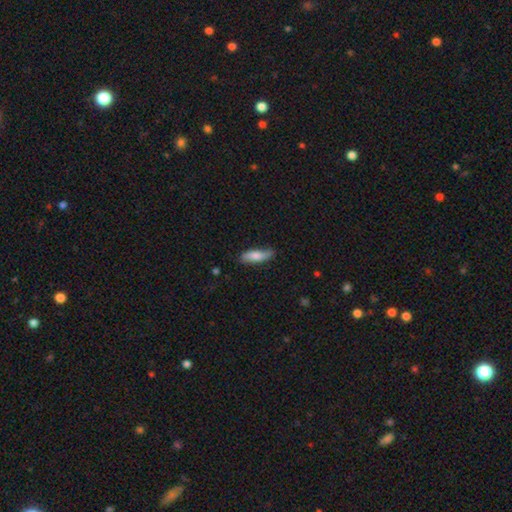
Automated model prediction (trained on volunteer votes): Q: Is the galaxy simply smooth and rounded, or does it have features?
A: smooth — 75%.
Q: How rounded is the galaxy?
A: cigar-shaped — 49%, tied with in between.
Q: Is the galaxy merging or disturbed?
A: none — 74%.